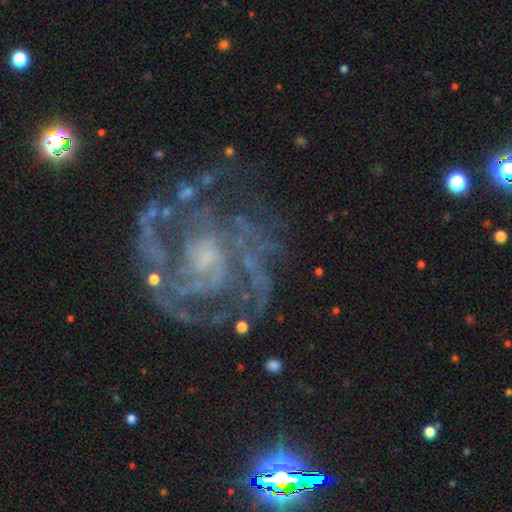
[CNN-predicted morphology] A featured or disk galaxy (86%) with no bar (51%), tight (43%) spiral arms (91%) and a small central bulge (51%). Merging: none (59%).